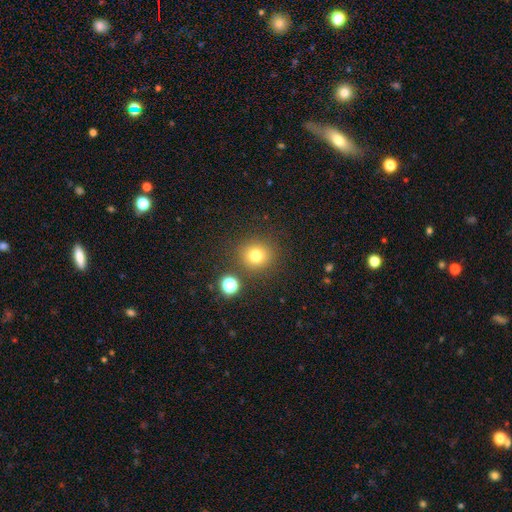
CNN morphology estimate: smooth-or-featured: smooth: 75% | star or artifact: 17% | featured or disk: 8%
  how-rounded: round: 91% | in between: 8% | cigar-shaped: 1%
  merging: none: 84% | minor disturbance: 8% | merger: 5% | major disturbance: 3%